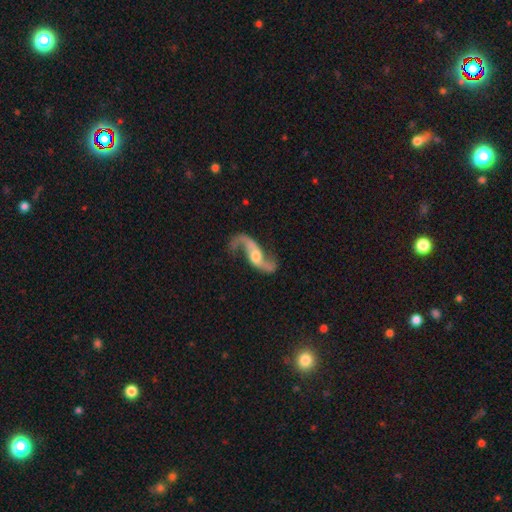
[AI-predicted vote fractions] Smooth or featured: featured or disk — 91% (star or artifact — 5%)
Edge-on disk: no — 95% (yes — 5%)
Bar: no — 43% (weak — 34%)
Spiral arms: yes — 97% (no — 3%)
Spiral winding: loose — 83% (medium — 13%)
Spiral arm count: 2 — 93% (1 — 3%)
Bulge size: moderate — 59% (small — 26%)
Merging: none — 71% (minor disturbance — 14%)